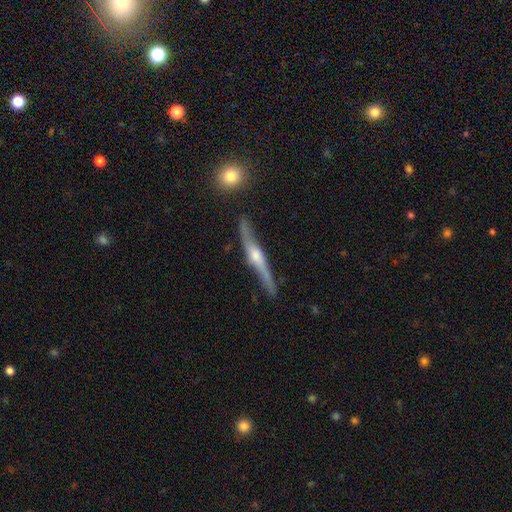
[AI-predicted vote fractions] Q: Smooth or featured?
A: featured or disk (81%); runner-up: smooth (14%)
Q: Edge-on disk?
A: yes (93%); runner-up: no (7%)
Q: Edge-on bulge?
A: rounded (86%); runner-up: boxy (8%)
Q: Merging?
A: none (79%); runner-up: minor disturbance (15%)